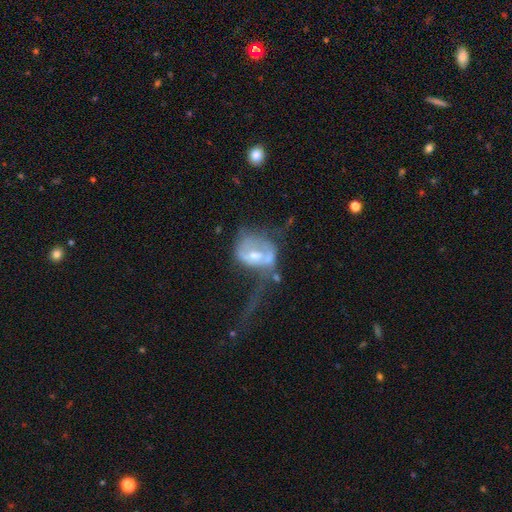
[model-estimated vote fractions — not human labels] Smooth or featured?
  - featured or disk: 64% *
  - smooth: 28%
  - star or artifact: 8%
Edge-on disk?
  - no: 96% *
  - yes: 4%
Bar?
  - no: 52% *
  - weak: 35%
  - strong: 13%
Spiral arms?
  - no: 52% *
  - yes: 48%
Bulge size?
  - moderate: 59% *
  - small: 30%
  - large: 6%
  - none: 4%
  - dominant: 1%
Merging?
  - major disturbance: 49% *
  - merger: 20%
  - none: 17%
  - minor disturbance: 14%